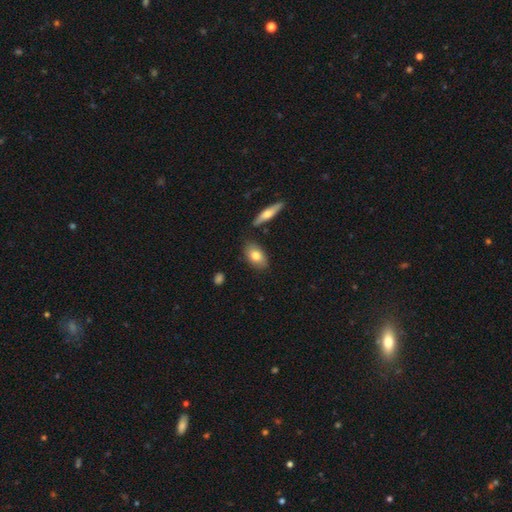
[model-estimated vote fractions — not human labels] smooth_or_featured: smooth (p=0.77) [alt: featured or disk p=0.17]
how_rounded: in between (p=0.88) [alt: round p=0.07]
merging: none (p=0.79) [alt: minor disturbance p=0.12]